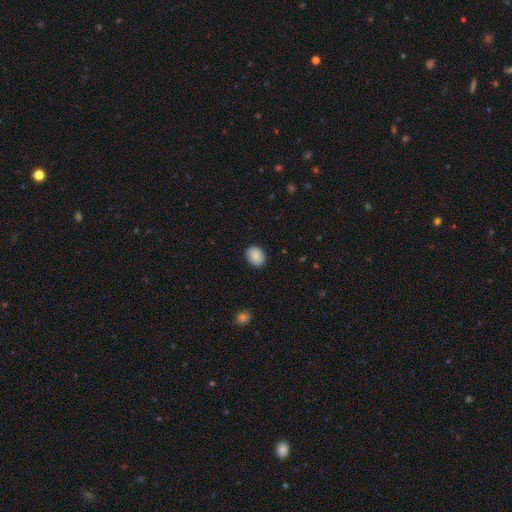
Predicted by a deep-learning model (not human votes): Smooth or featured: smooth — 88% (star or artifact — 7%)
How rounded: round — 50% (in between — 49%)
Merging: none — 88% (minor disturbance — 9%)